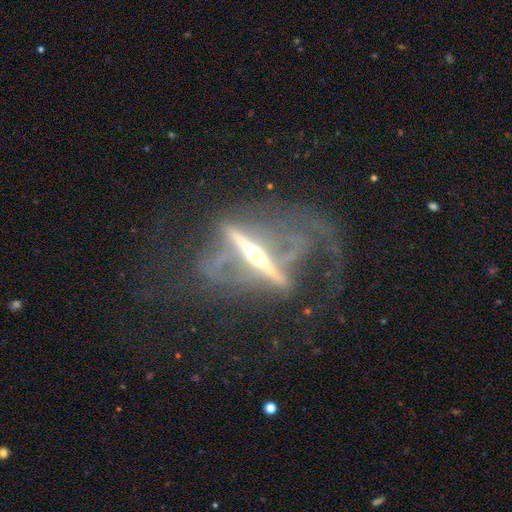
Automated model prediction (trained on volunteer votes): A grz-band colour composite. It shows a featured or disk galaxy (84%) viewed edge-on (83%) with a rounded central bulge (85%). Merging: none (41%).